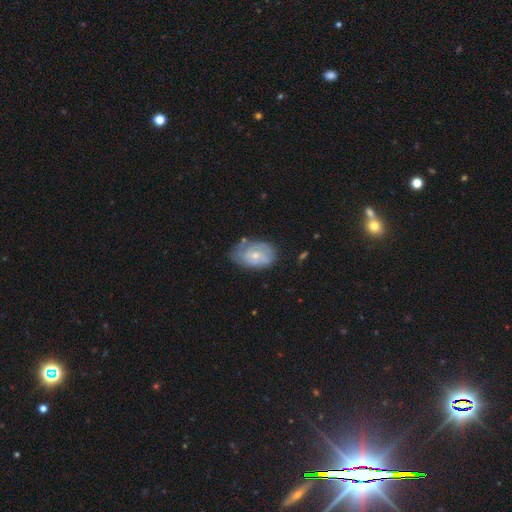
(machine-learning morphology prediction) Q: Smooth or featured?
A: featured or disk (75%); runner-up: smooth (20%)
Q: Edge-on disk?
A: no (97%); runner-up: yes (3%)
Q: Bar?
A: no (64%); runner-up: weak (31%)
Q: Spiral arms?
A: yes (89%); runner-up: no (11%)
Q: Spiral winding?
A: tight (61%); runner-up: medium (30%)
Q: Spiral arm count?
A: 2 (36%); runner-up: can't tell (34%)
Q: Bulge size?
A: small (55%); runner-up: moderate (41%)
Q: Merging?
A: none (61%); runner-up: minor disturbance (27%)